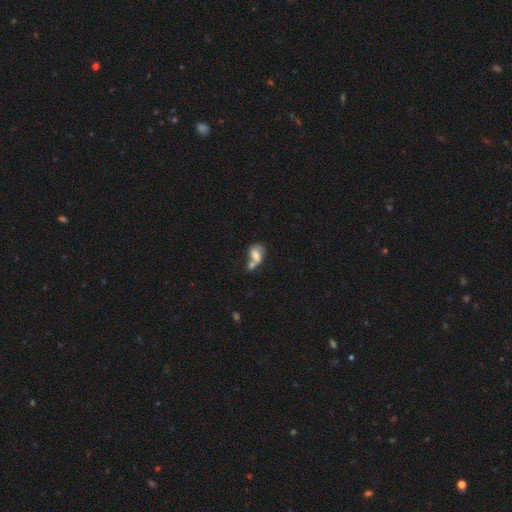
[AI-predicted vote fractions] smooth_or_featured: smooth (p=0.52) [alt: featured or disk p=0.38]
how_rounded: in between (p=0.75) [alt: round p=0.22]
merging: merger (p=0.58) [alt: none p=0.20]